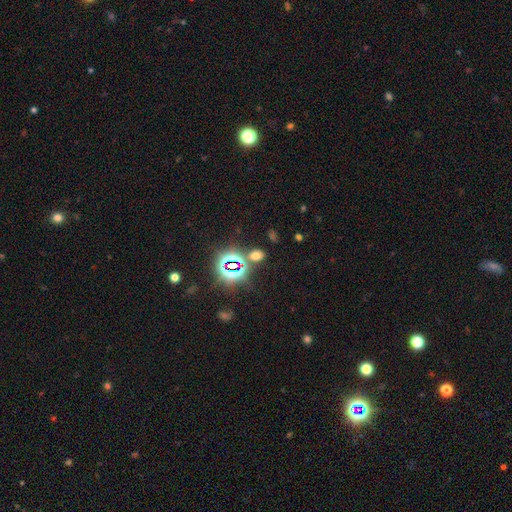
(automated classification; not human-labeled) Overall: smooth (51%; star or artifact 42%). How rounded: in between (73%). Merging: none (78%).